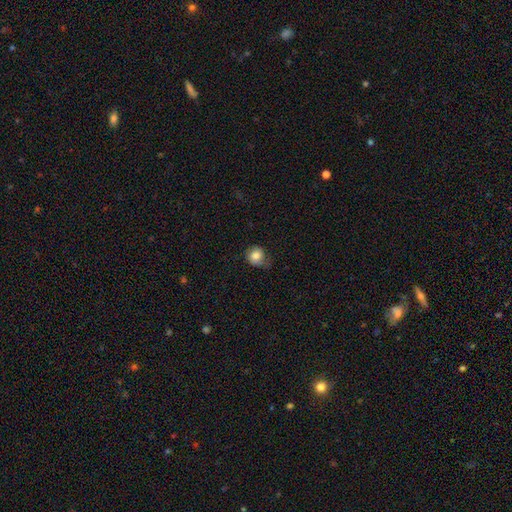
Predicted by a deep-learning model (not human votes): A smooth galaxy with no disk features (79%) that is round (77%).

Vote fractions:
- Smooth or featured? smooth: 79% / featured or disk: 12% / star or artifact: 9%
- How rounded? round: 77% / in between: 22% / cigar-shaped: 1%
- Merging? none: 53% / minor disturbance: 32% / major disturbance: 13% / merger: 1%